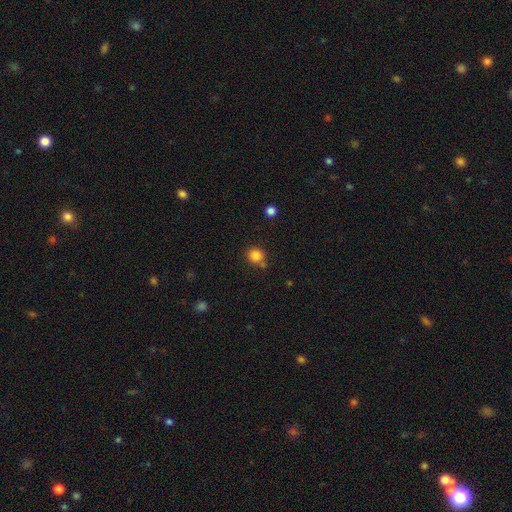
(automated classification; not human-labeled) Smooth or featured?
  - smooth: 84% *
  - star or artifact: 12%
  - featured or disk: 4%
How rounded?
  - round: 87% *
  - in between: 12%
  - cigar-shaped: 1%
Merging?
  - none: 73% *
  - minor disturbance: 13%
  - merger: 10%
  - major disturbance: 4%